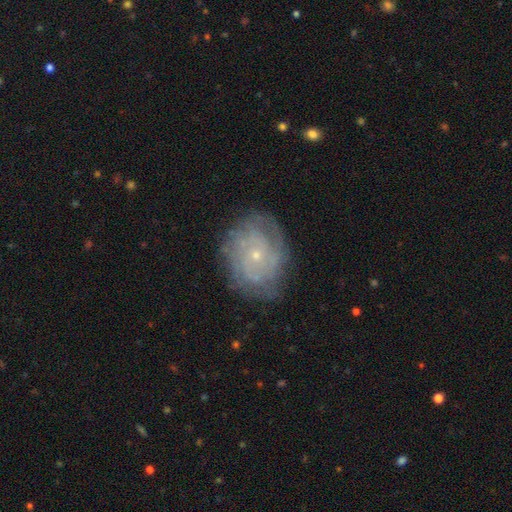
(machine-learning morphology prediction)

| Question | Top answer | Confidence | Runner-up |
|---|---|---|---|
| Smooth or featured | featured or disk | 72% | smooth (20%) |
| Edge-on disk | no | 97% | yes (3%) |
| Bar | no | 83% | weak (15%) |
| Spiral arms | yes | 85% | no (15%) |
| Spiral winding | tight | 68% | medium (24%) |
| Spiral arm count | can't tell | 49% | 2 (16%) |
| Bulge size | small | 84% | moderate (12%) |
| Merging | none | 75% | minor disturbance (17%) |